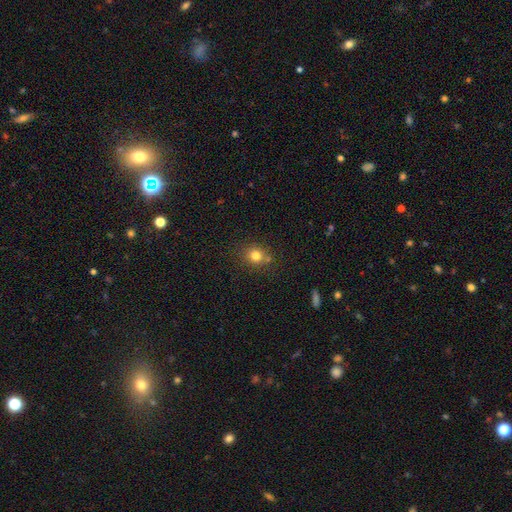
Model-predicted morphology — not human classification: smooth-or-featured: smooth: 79% | star or artifact: 13% | featured or disk: 8%
  how-rounded: round: 78% | in between: 21% | cigar-shaped: 1%
  merging: none: 74% | minor disturbance: 12% | merger: 11% | major disturbance: 4%